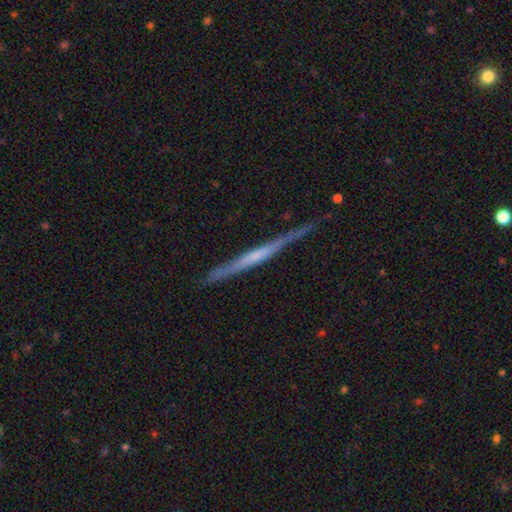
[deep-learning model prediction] Q: Smooth or featured?
A: featured or disk (70%); runner-up: smooth (24%)
Q: Edge-on disk?
A: yes (97%); runner-up: no (3%)
Q: Edge-on bulge?
A: none (65%); runner-up: rounded (23%)
Q: Merging?
A: none (85%); runner-up: minor disturbance (11%)